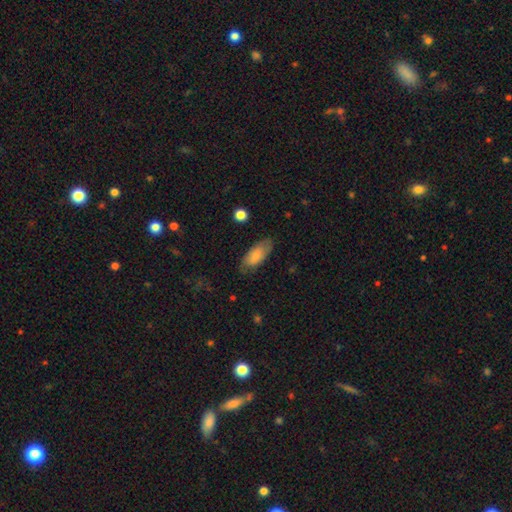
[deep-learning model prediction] This is likely a smooth galaxy (77%). How rounded: clearly in between (86%). Merging: likely none (74%).